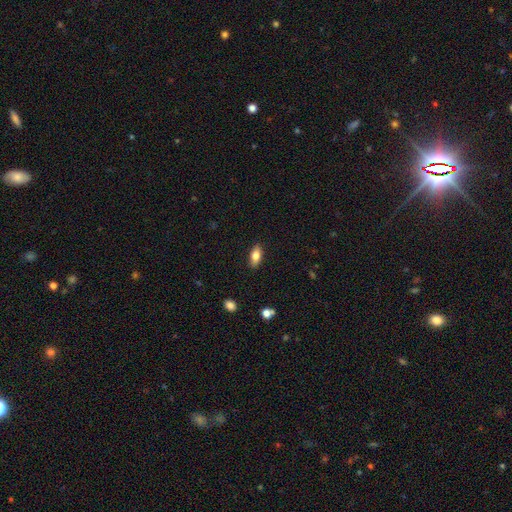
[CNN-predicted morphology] Smooth or featured? Predicted: smooth (p=0.79). How rounded? Predicted: in between (p=0.87). Merging? Predicted: none (p=0.88).